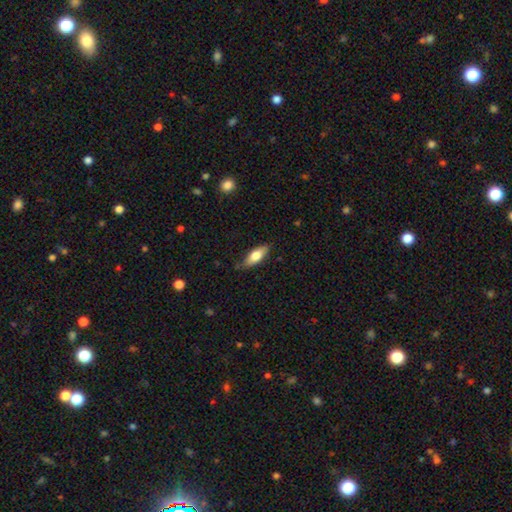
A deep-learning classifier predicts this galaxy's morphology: type=smooth (70%); roundness=in between (69%); merging=none (80%).